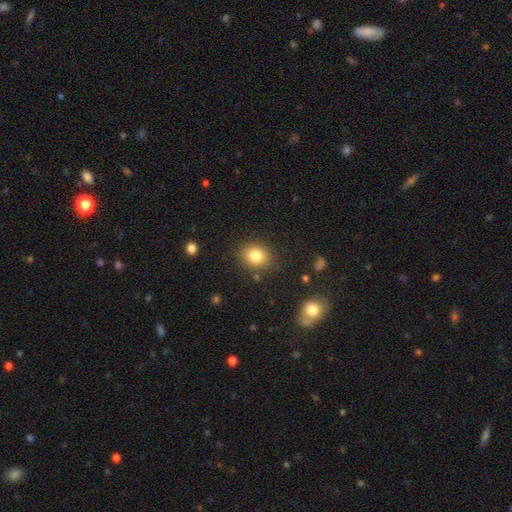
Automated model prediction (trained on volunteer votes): smooth-or-featured: smooth: 81% | star or artifact: 11% | featured or disk: 8%
  how-rounded: round: 58% | in between: 41% | cigar-shaped: 1%
  merging: none: 85% | minor disturbance: 10% | major disturbance: 3% | merger: 2%